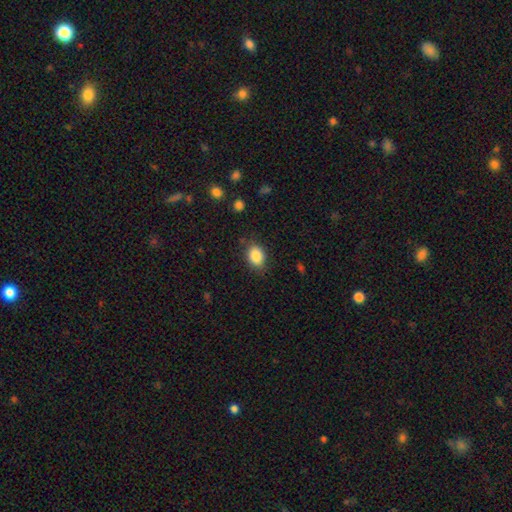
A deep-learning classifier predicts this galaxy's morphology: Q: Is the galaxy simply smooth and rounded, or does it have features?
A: smooth — 86%.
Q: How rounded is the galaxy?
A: in between — 65%.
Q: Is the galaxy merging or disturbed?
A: none — 81%.